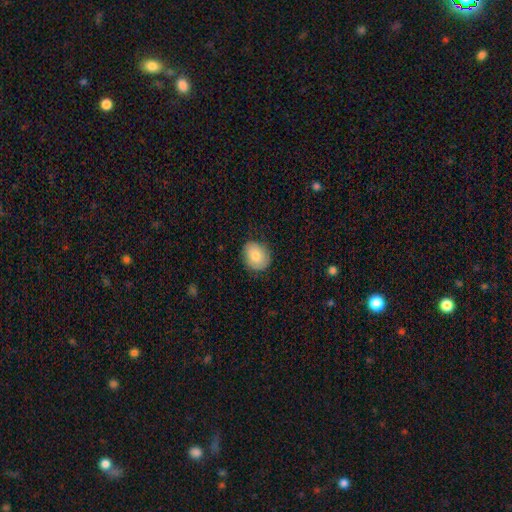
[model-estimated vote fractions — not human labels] Q: Smooth or featured?
A: smooth (79%); runner-up: featured or disk (14%)
Q: How rounded?
A: round (57%); runner-up: in between (42%)
Q: Merging?
A: none (81%); runner-up: minor disturbance (15%)